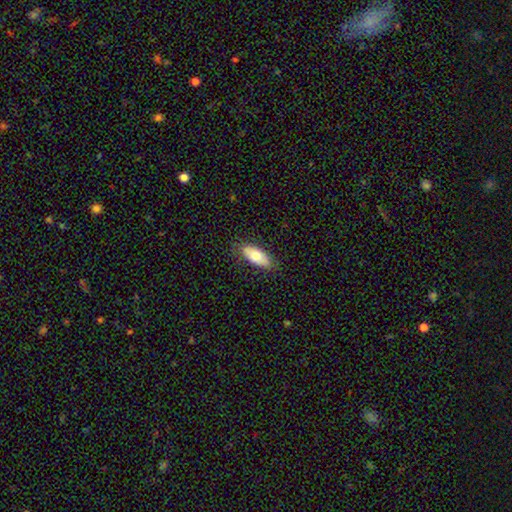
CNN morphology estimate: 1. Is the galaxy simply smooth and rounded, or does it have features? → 70% smooth, 24% featured or disk, 6% star or artifact.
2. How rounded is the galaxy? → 85% in between, 12% cigar-shaped, 3% round.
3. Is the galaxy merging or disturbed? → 83% none, 13% minor disturbance, 3% major disturbance, 1% merger.